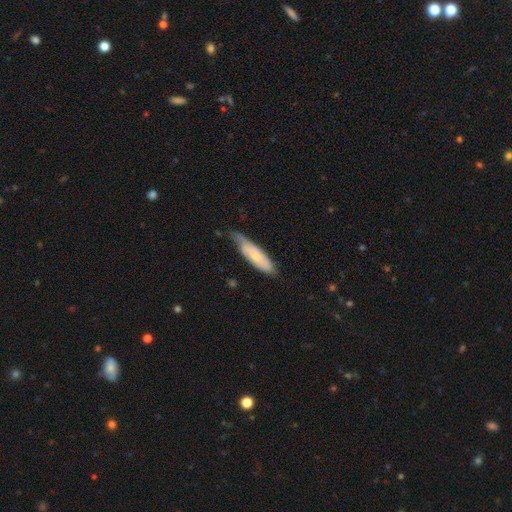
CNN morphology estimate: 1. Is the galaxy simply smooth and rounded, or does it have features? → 56% smooth, 38% featured or disk, 6% star or artifact.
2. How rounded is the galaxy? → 60% cigar-shaped, 39% in between, 2% round.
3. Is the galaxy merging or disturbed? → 53% none, 37% minor disturbance, 8% major disturbance, 2% merger.